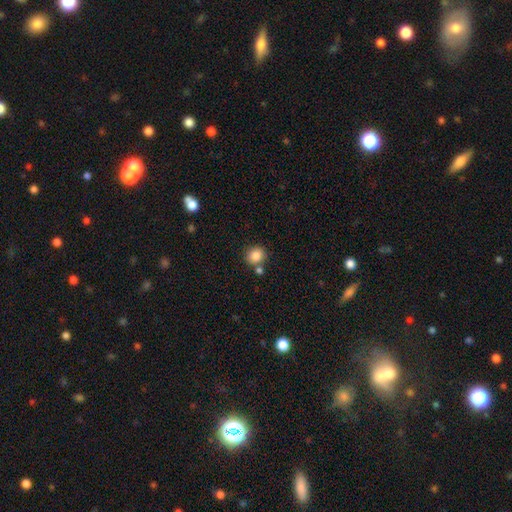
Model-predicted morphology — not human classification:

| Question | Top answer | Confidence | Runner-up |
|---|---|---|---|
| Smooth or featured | smooth | 85% | star or artifact (10%) |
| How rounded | round | 80% | in between (19%) |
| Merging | none | 72% | merger (15%) |